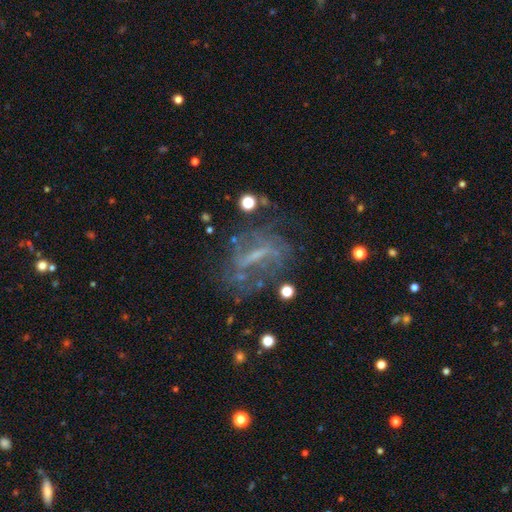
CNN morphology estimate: Smooth or featured?
  - featured or disk: 68% *
  - smooth: 16%
  - star or artifact: 16%
Edge-on disk?
  - no: 86% *
  - yes: 14%
Bar?
  - strong: 50% *
  - weak: 31%
  - no: 18%
Spiral arms?
  - yes: 57% *
  - no: 43%
Bulge size?
  - small: 42% *
  - none: 39%
  - moderate: 16%
  - large: 2%
  - dominant: 1%
Merging?
  - none: 54% *
  - major disturbance: 22%
  - minor disturbance: 19%
  - merger: 5%